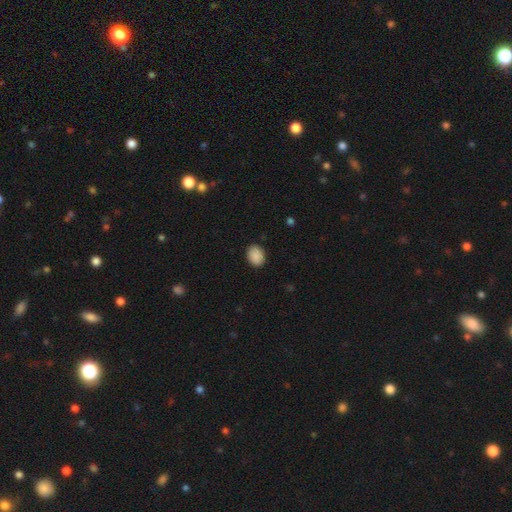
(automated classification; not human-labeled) Smooth or featured? Predicted: smooth (p=0.90). How rounded? Predicted: in between (p=0.63). Merging? Predicted: none (p=0.88).